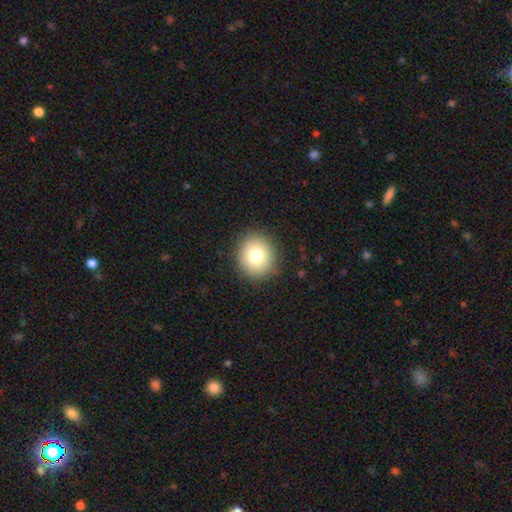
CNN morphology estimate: This appears to be a smooth galaxy with no disk features (77%) that is round (85%). Merging: none (89%).